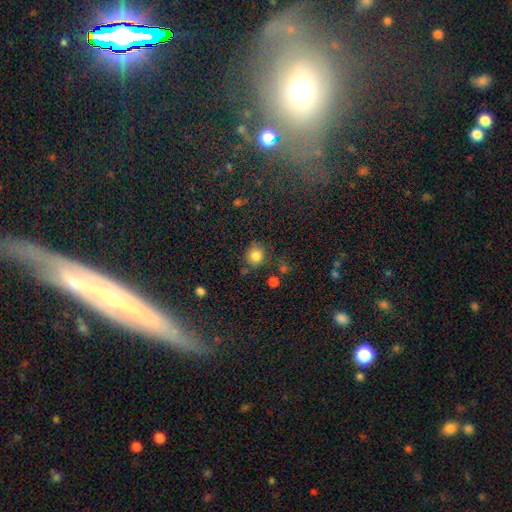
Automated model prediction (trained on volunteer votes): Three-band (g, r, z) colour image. It shows a smooth galaxy with no disk features (82%) that is round (83%). Merging: none (73%).